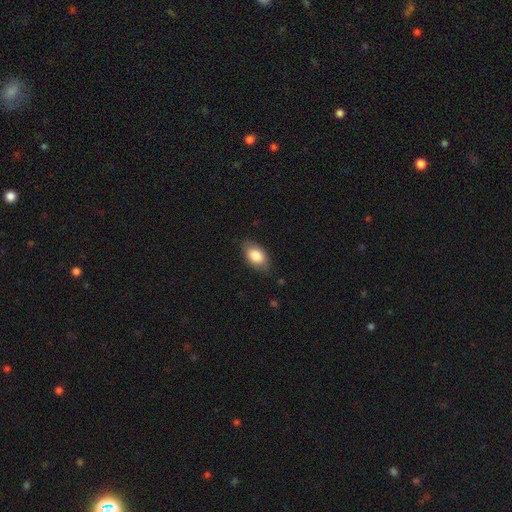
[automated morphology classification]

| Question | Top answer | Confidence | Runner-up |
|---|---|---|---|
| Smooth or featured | smooth | 82% | featured or disk (11%) |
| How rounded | in between | 91% | round (7%) |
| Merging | none | 79% | minor disturbance (16%) |